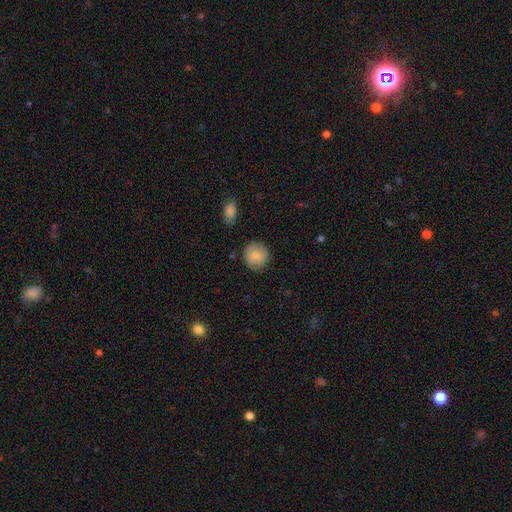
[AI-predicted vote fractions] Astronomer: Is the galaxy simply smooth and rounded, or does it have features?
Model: smooth — 83%.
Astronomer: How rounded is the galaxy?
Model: round — 89%.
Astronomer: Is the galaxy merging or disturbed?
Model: none — 85%.